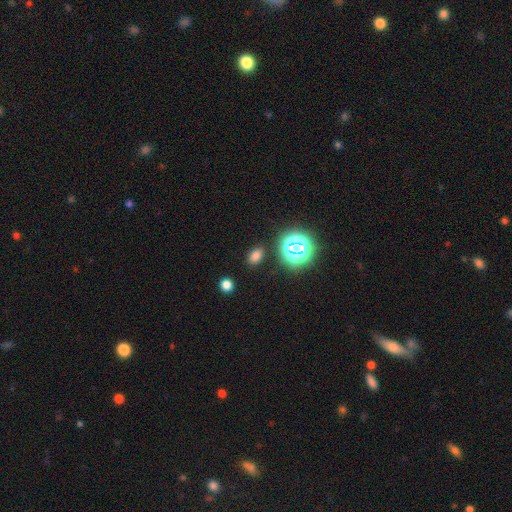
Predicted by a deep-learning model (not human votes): The model was most divided on "smooth or featured": smooth: 69%, star or artifact: 25%, featured or disk: 6%. More confident: merging — none (84%); how rounded — in between (81%).